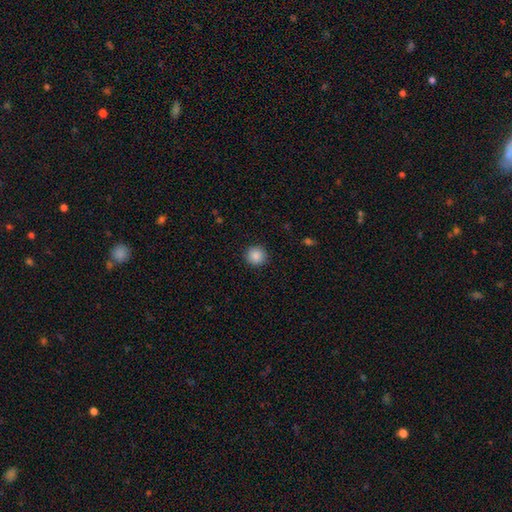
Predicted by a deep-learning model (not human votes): Smooth or featured? Predicted: smooth (p=0.88). How rounded? Predicted: round (p=0.93). Merging? Predicted: none (p=0.91).